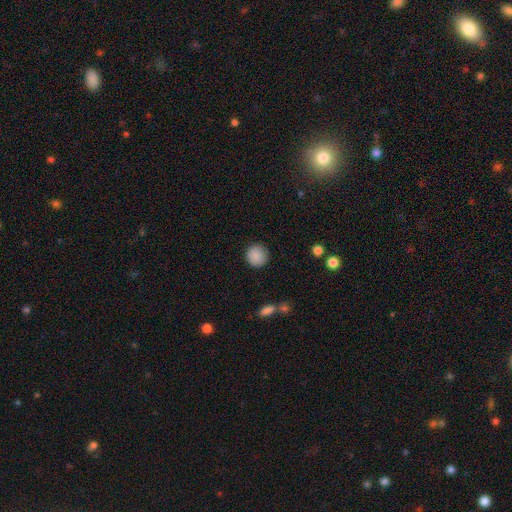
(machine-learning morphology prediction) Smooth or featured: smooth — 88% (star or artifact — 8%)
How rounded: round — 93% (in between — 6%)
Merging: none — 89% (minor disturbance — 7%)